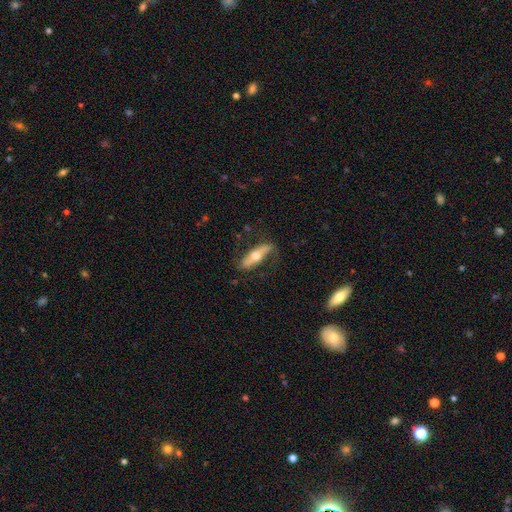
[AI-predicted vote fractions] Q: Smooth or featured?
A: featured or disk (56%); runner-up: smooth (38%)
Q: Edge-on disk?
A: yes (58%); runner-up: no (42%)
Q: Merging?
A: none (71%); runner-up: minor disturbance (19%)